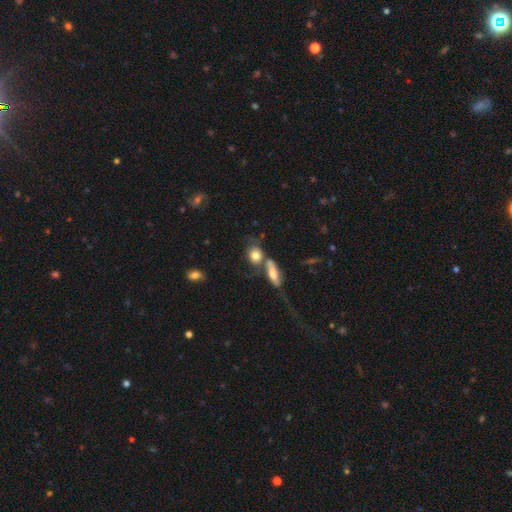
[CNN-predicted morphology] This appears to be a smooth galaxy with no disk features (74%) that is round (57%). Merging: merger (50%).